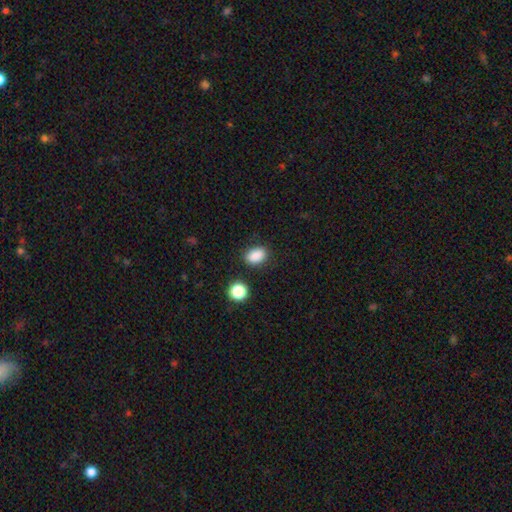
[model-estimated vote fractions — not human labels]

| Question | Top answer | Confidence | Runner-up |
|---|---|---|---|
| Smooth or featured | smooth | 86% | star or artifact (10%) |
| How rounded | in between | 78% | round (21%) |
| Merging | none | 81% | minor disturbance (12%) |